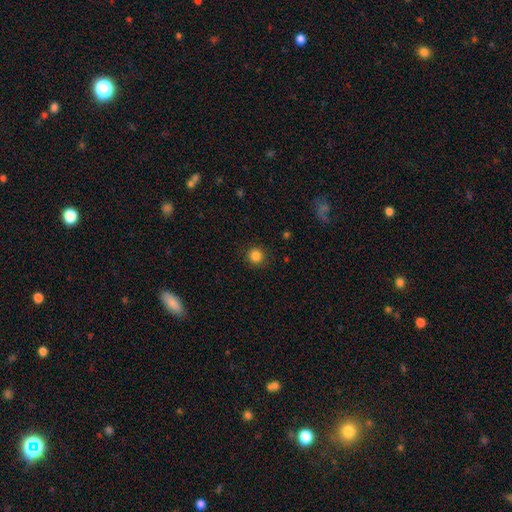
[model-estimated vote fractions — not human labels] This is clearly a smooth galaxy (84%). How rounded: clearly round (95%). Merging: clearly none (90%).